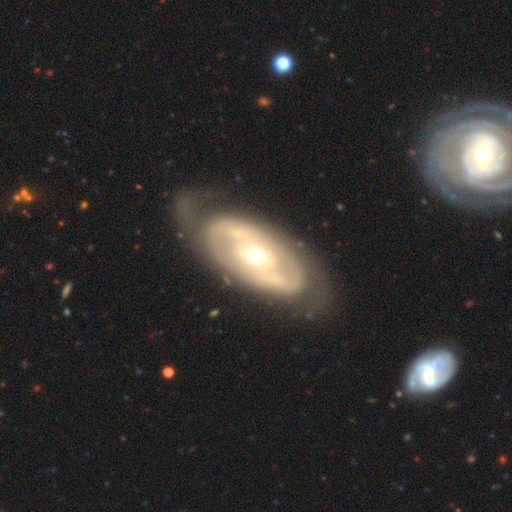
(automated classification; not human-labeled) Morphology: type=featured or disk (80%); edge-on=no (91%); bar=no (52%); spiral arms=yes (65%); bulge=moderate (51%); merging=none (70%).